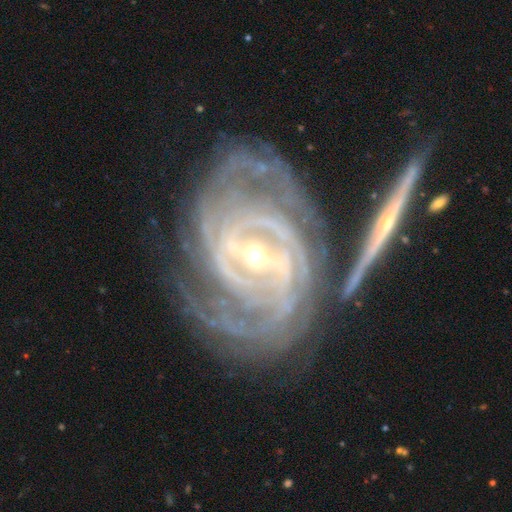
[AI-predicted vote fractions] A featured or disk galaxy (93%) with a strong bar (56%), 4 (23%) tight (70%) spiral arms (98%) and a small central bulge (67%). Merging: none (56%).